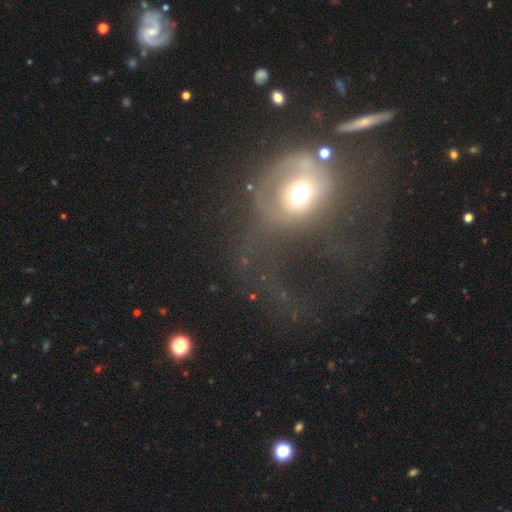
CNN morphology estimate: This is possibly a featured or disk galaxy (46%). Merging: likely major disturbance (62%).